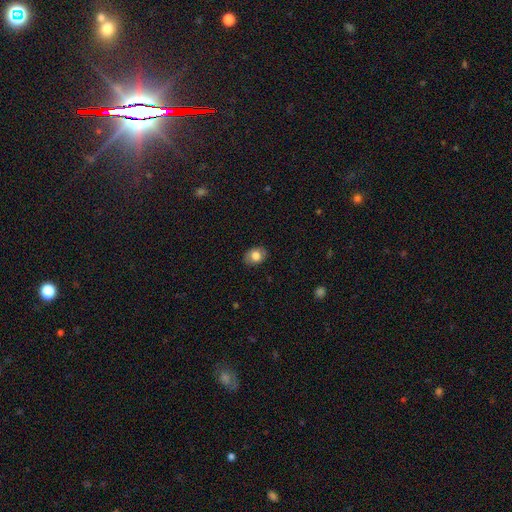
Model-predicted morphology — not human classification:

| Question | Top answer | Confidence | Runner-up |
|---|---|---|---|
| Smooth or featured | smooth | 78% | featured or disk (14%) |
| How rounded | in between | 64% | round (35%) |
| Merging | none | 83% | minor disturbance (13%) |